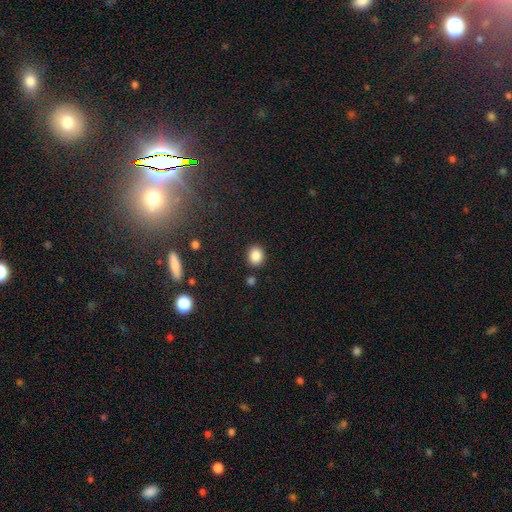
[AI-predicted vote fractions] Overall: smooth (86%). How rounded: round (63%; in between 36%). Merging: none (86%).